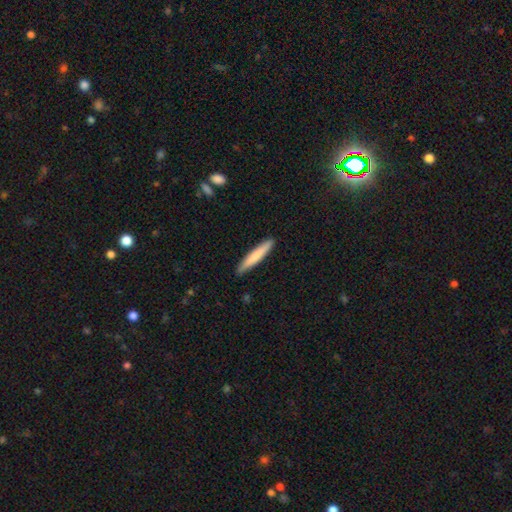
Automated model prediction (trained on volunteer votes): Q: Smooth or featured?
A: smooth (76%); runner-up: featured or disk (19%)
Q: How rounded?
A: cigar-shaped (94%); runner-up: in between (5%)
Q: Merging?
A: none (90%); runner-up: minor disturbance (8%)